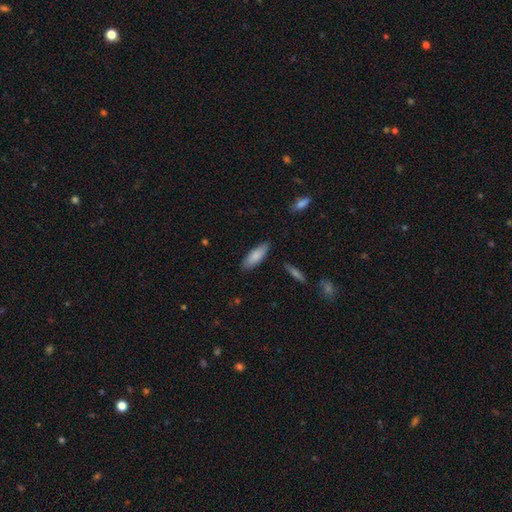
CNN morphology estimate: smooth 85%, featured or disk 10%, star or artifact 6%. Down the decision tree: how rounded — in between (63%); merging — none (85%).